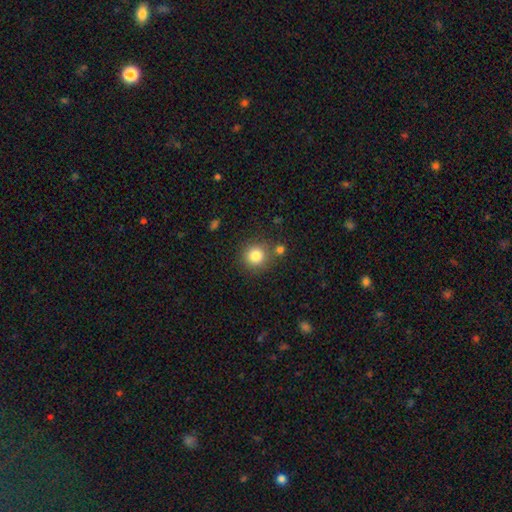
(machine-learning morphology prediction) Smooth or featured? smooth (82%)
How rounded? round (93%)
Merging? none (77%)